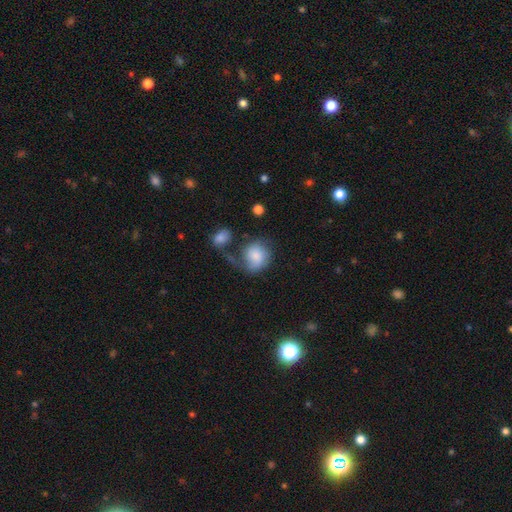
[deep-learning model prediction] smooth 68%, featured or disk 25%, star or artifact 7%. Down the decision tree: how rounded — round (69%); merging — none (33%).